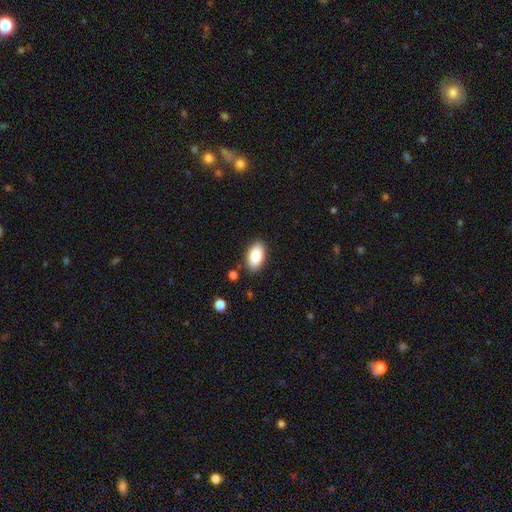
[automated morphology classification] A smooth galaxy with no disk features (86%) that is in between round and cigar-shaped (94%). Merging: none (87%).